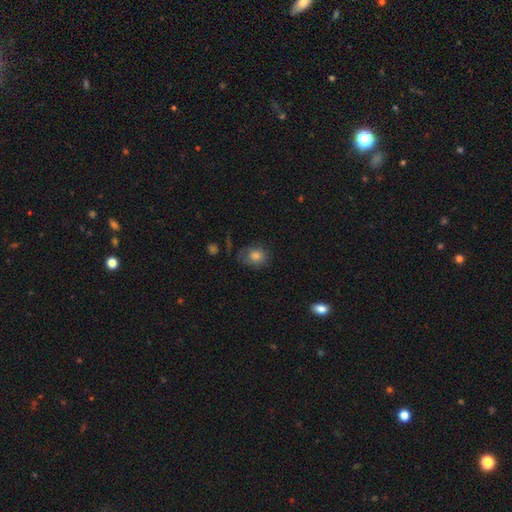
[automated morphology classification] Smooth or featured? Predicted: smooth (p=0.76). How rounded? Predicted: round (p=0.60). Merging? Predicted: none (p=0.67).